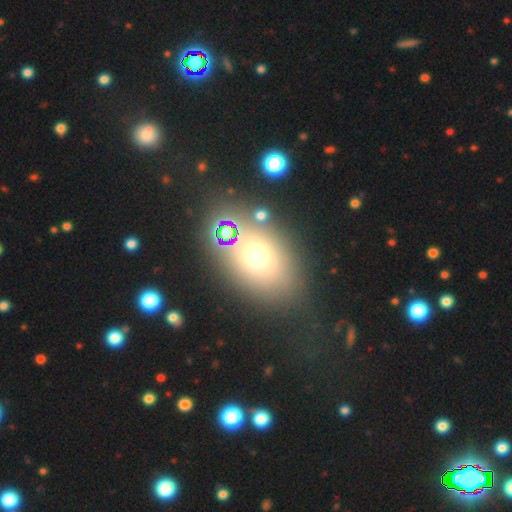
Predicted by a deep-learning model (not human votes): Overall: smooth (61%; star or artifact 24%). How rounded: in between (59%; round 39%). Merging: none (74%).